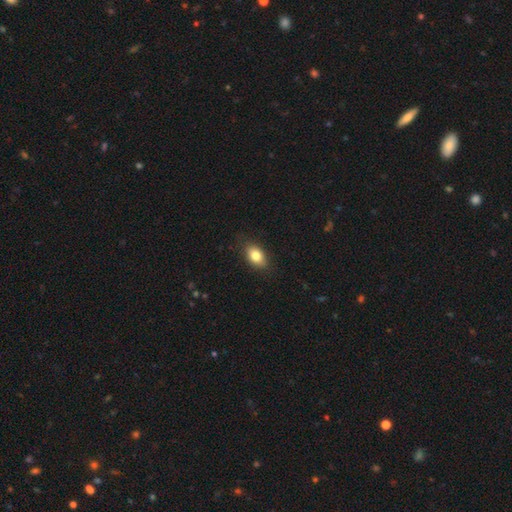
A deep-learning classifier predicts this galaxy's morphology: A smooth galaxy with no disk features (82%) that is in between round and cigar-shaped (85%). Merging: none (85%).